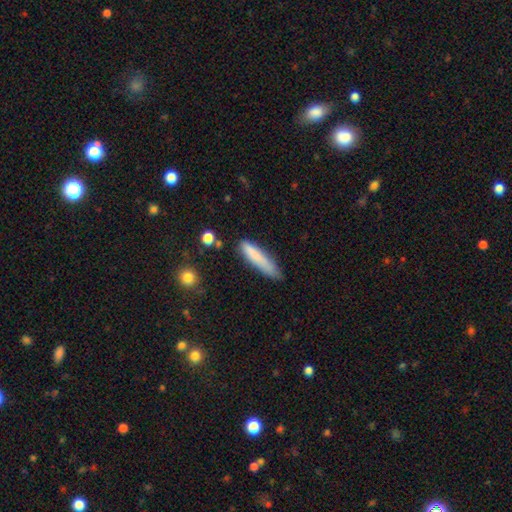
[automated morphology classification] The model was most divided on "merging": none: 71%, minor disturbance: 22%, major disturbance: 5%, merger: 3%. More confident: how rounded — cigar-shaped (88%); smooth or featured — smooth (82%).